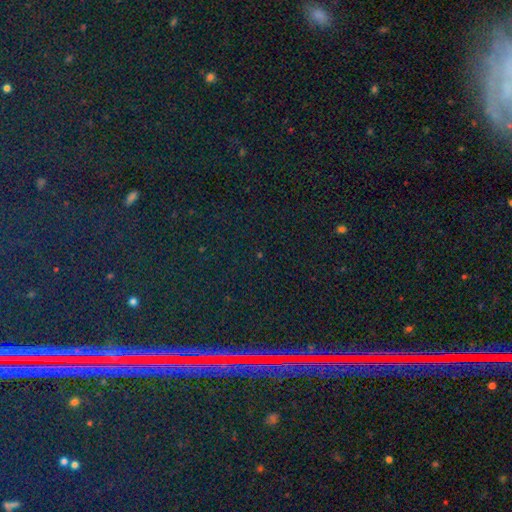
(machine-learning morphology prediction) smooth_or_featured: star or artifact (p=0.87) [alt: smooth p=0.06]